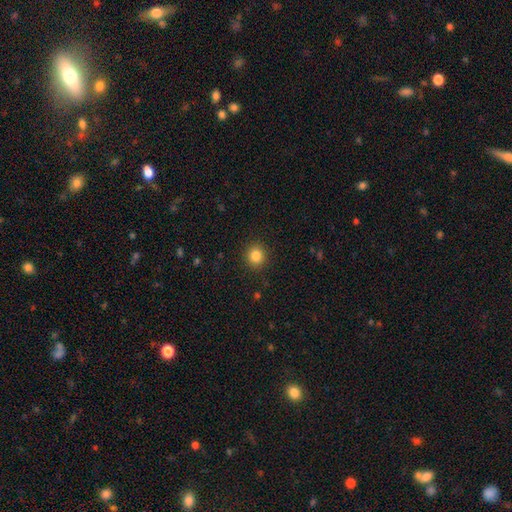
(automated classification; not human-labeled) A smooth galaxy with no disk features (84%) that is round (86%). Merging: none (91%).